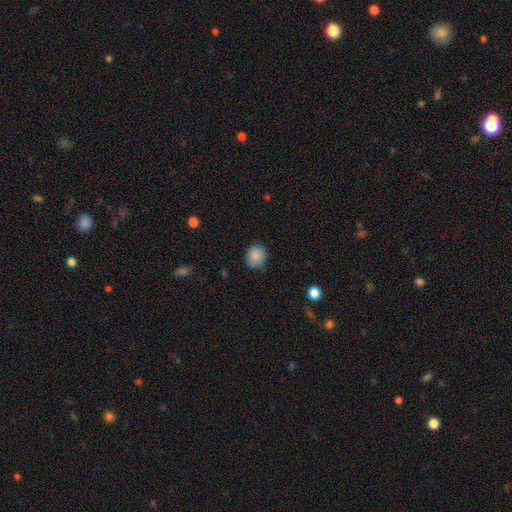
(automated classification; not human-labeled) Smooth or featured: smooth — 87% (star or artifact — 8%)
How rounded: round — 77% (in between — 22%)
Merging: none — 82% (minor disturbance — 14%)